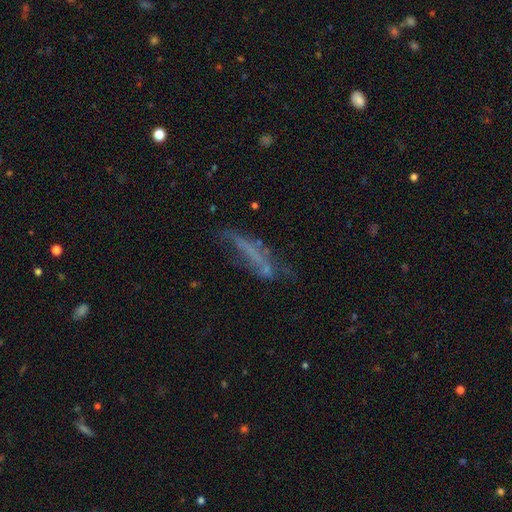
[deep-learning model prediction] Overall: featured or disk (43%; smooth 39%). Merging: none (40%; major disturbance 29%).